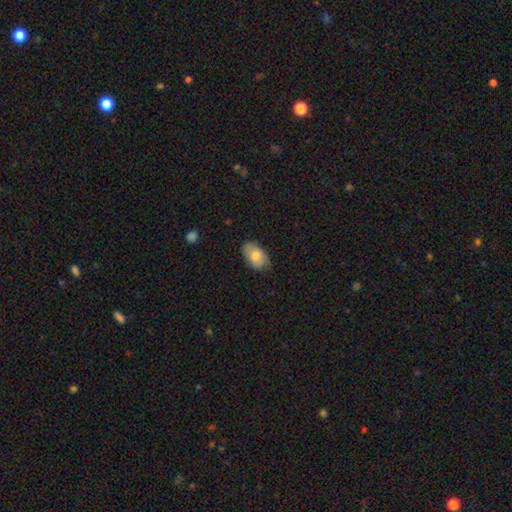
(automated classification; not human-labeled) Q: Smooth or featured?
A: smooth (80%); runner-up: featured or disk (13%)
Q: How rounded?
A: in between (92%); runner-up: round (7%)
Q: Merging?
A: none (75%); runner-up: minor disturbance (20%)